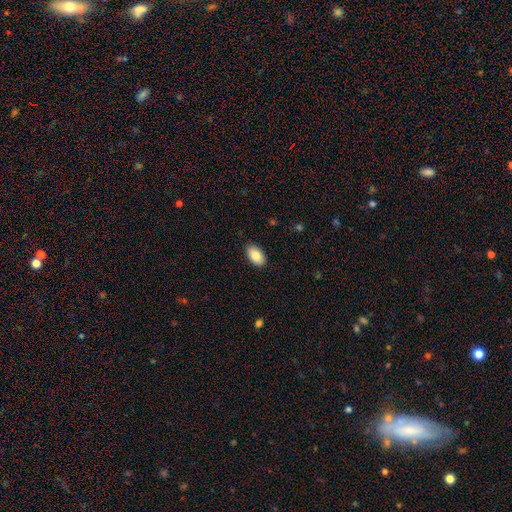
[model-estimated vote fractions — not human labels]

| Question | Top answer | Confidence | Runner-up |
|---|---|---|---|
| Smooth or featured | smooth | 85% | featured or disk (8%) |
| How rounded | in between | 94% | round (4%) |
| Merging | none | 89% | minor disturbance (9%) |